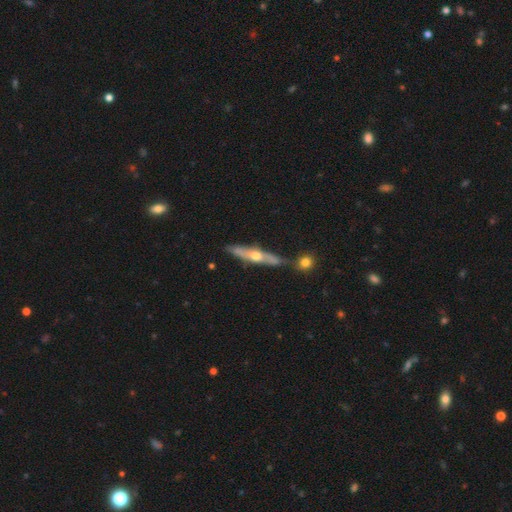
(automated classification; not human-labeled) Smooth or featured? Predicted: featured or disk (p=0.68). Edge-on disk? Predicted: yes (p=0.88). Edge-on bulge? Predicted: rounded (p=0.88). Merging? Predicted: none (p=0.72).